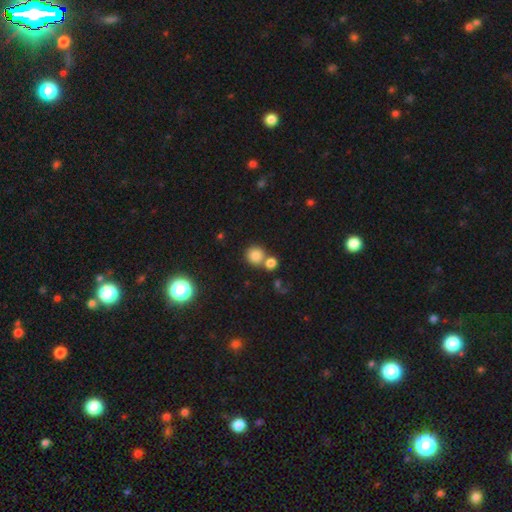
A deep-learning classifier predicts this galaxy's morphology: A smooth galaxy with no disk features (82%) that is round (88%).

Vote fractions:
- Smooth or featured? smooth: 82% / star or artifact: 12% / featured or disk: 7%
- How rounded? round: 88% / in between: 11% / cigar-shaped: 1%
- Merging? none: 57% / merger: 32% / minor disturbance: 8% / major disturbance: 3%